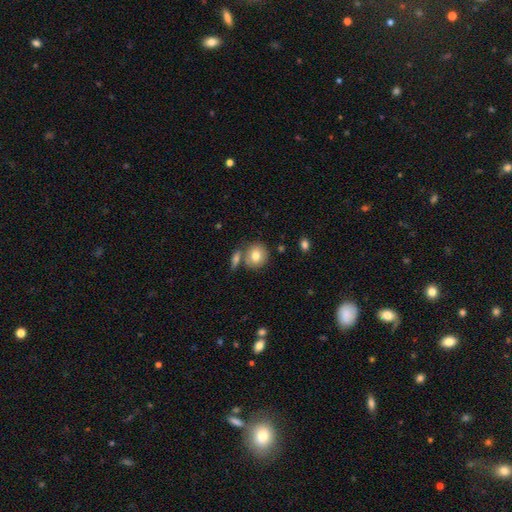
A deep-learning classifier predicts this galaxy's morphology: Overall: smooth (78%). How rounded: round (76%). Merging: none (65%).